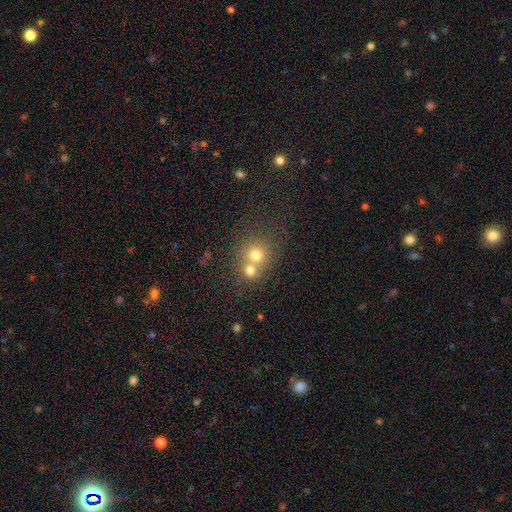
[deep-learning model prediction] A smooth galaxy with no disk features (71%) that is round (84%). Merging: merger (55%).